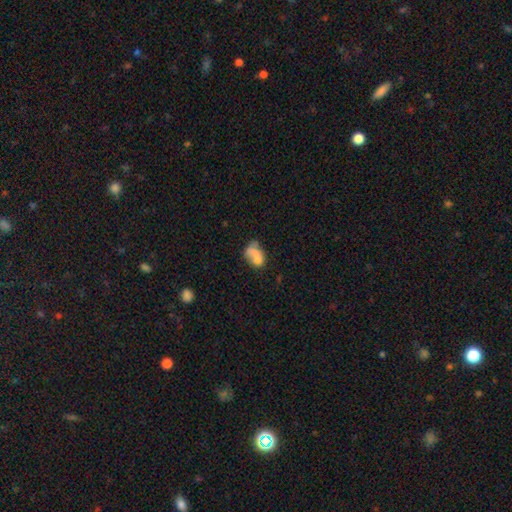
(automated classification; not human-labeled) Overall: smooth (63%; featured or disk 27%). How rounded: in between (76%). Merging: merger (42%; none 24%).